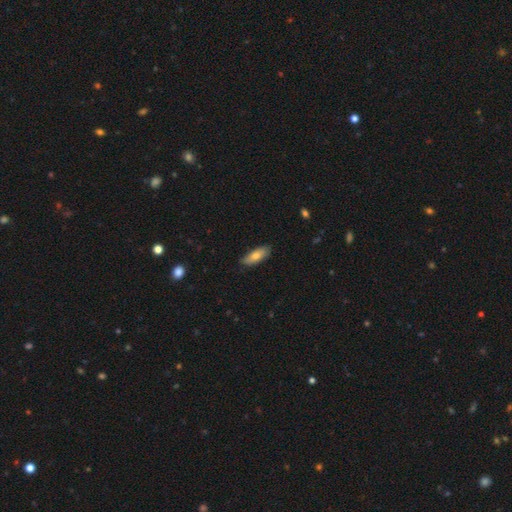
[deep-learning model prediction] smooth 71%, featured or disk 23%, star or artifact 6%. Down the decision tree: how rounded — in between (68%); merging — none (82%).